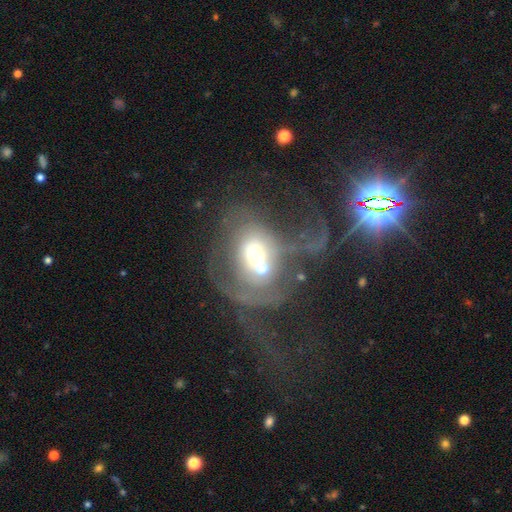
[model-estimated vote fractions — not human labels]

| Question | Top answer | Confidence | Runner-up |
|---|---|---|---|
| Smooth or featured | featured or disk | 51% | smooth (36%) |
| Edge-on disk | no | 96% | yes (4%) |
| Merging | merger | 44% | major disturbance (36%) |